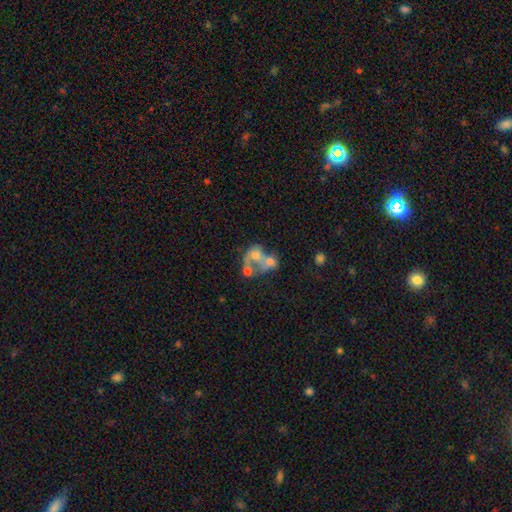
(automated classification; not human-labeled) Morphology: type=featured or disk (43%, tied with smooth); merging=merger (64%).